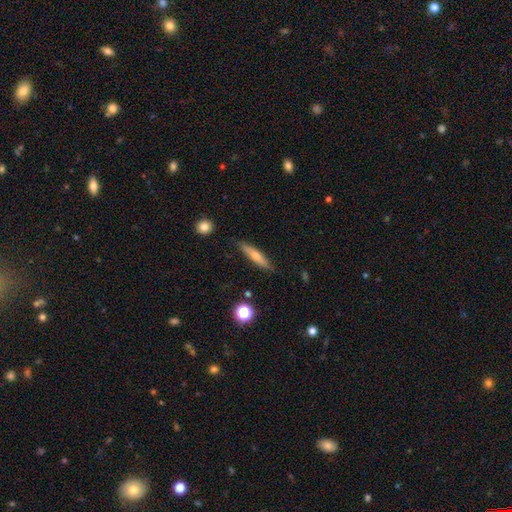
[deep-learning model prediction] Overall: smooth (55%; featured or disk 37%). How rounded: cigar-shaped (85%). Merging: none (86%).